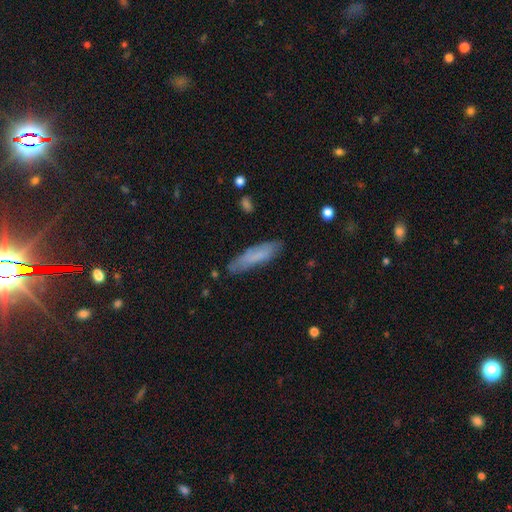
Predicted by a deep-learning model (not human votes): Smooth or featured?
  - smooth: 72% *
  - featured or disk: 21%
  - star or artifact: 7%
How rounded?
  - cigar-shaped: 72% *
  - in between: 27%
  - round: 1%
Merging?
  - none: 76% *
  - minor disturbance: 18%
  - major disturbance: 4%
  - merger: 2%